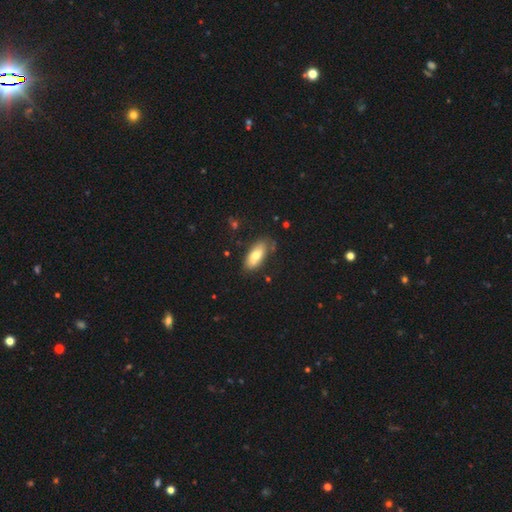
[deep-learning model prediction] The model was most divided on "smooth or featured": smooth: 69%, featured or disk: 24%, star or artifact: 7%. More confident: how rounded — in between (83%); merging — none (72%).